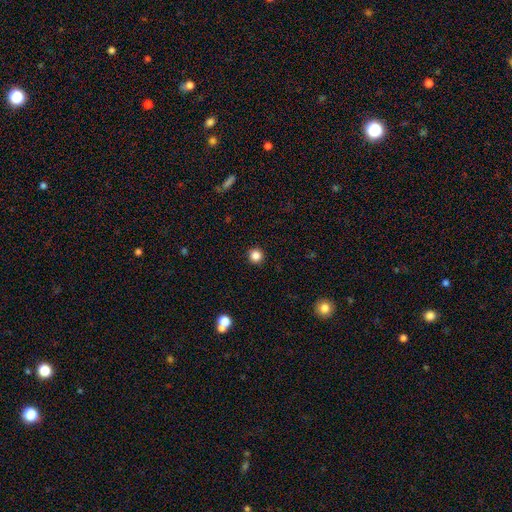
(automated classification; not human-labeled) Smooth or featured?
  - smooth: 85% *
  - star or artifact: 12%
  - featured or disk: 4%
How rounded?
  - round: 96% *
  - in between: 3%
  - cigar-shaped: 1%
Merging?
  - none: 93% *
  - minor disturbance: 4%
  - major disturbance: 2%
  - merger: 1%